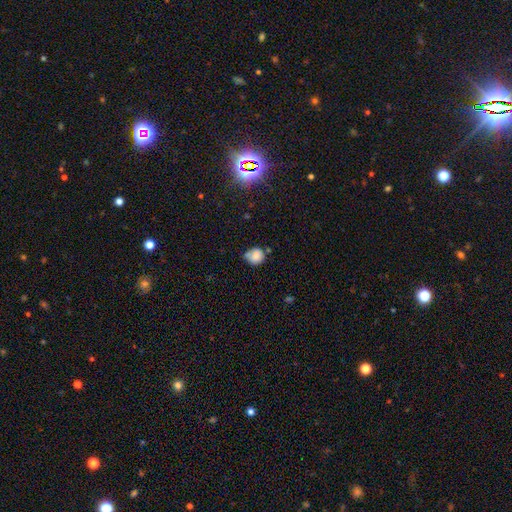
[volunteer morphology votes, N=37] smooth-or-featured: smooth: 86% | featured or disk: 8% | star or artifact: 5%
  how-rounded: round: 75% | in between: 25% | cigar-shaped: 0%
  merging: none: 34% (tied) | minor disturbance: 34% (tied) | merger: 17% | major disturbance: 14%